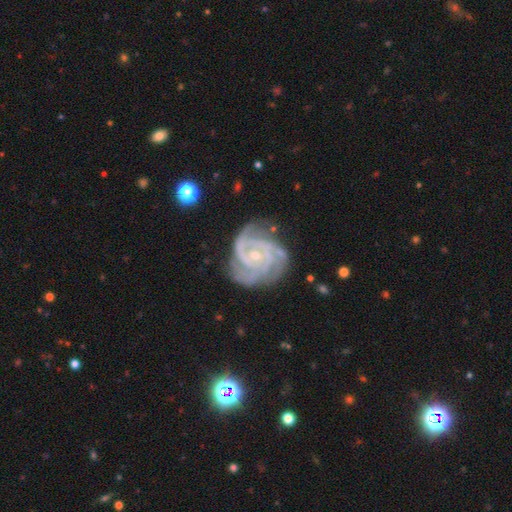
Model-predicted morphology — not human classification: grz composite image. It shows a featured or disk galaxy (91%) with no bar (63%), 3 (42%) tight (67%) spiral arms (98%) and a small central bulge (77%). Merging: none (67%).